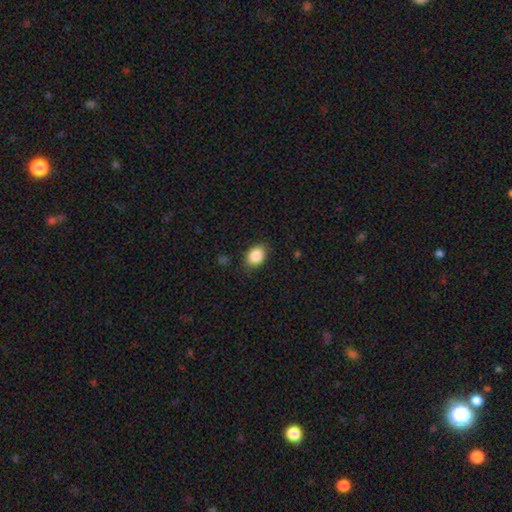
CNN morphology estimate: This appears to be a smooth galaxy with no disk features (87%) that is in between round and cigar-shaped (71%). Merging: none (83%).